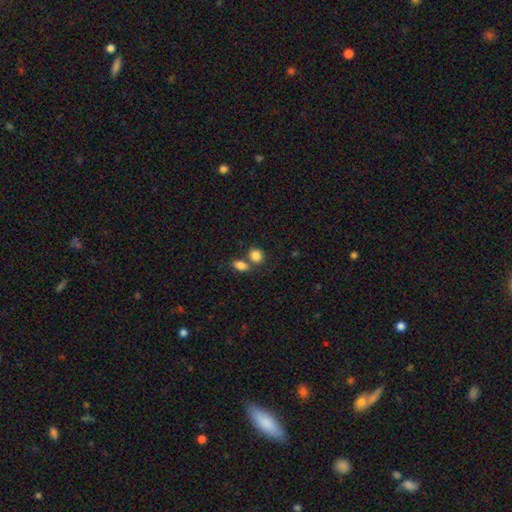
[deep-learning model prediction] Q: Smooth or featured?
A: smooth (85%); runner-up: star or artifact (9%)
Q: How rounded?
A: round (54%); runner-up: in between (44%)
Q: Merging?
A: none (49%); runner-up: merger (38%)